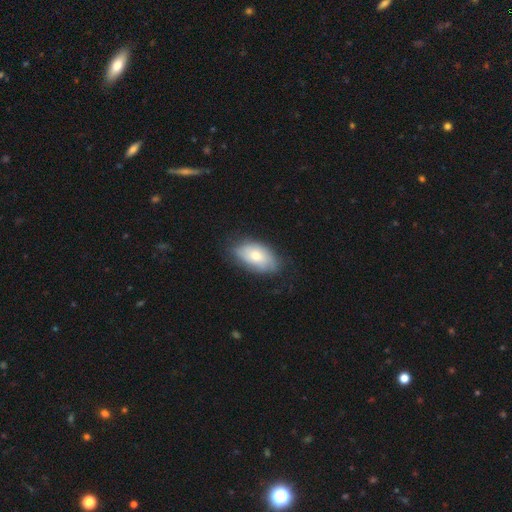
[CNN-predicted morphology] This appears to be a smooth galaxy with no disk features (67%) that is in between round and cigar-shaped (93%). Merging: none (73%).